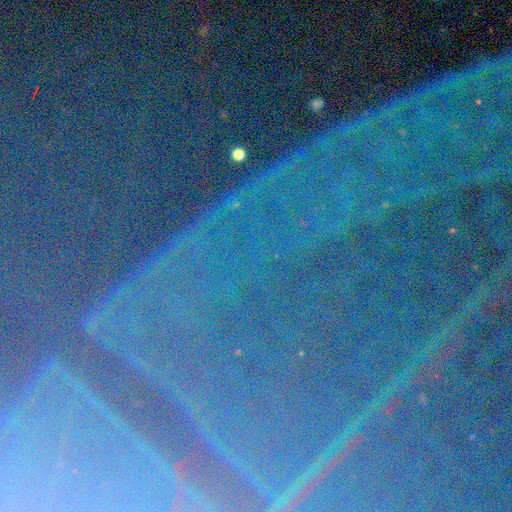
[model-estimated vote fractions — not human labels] Q: Smooth or featured?
A: star or artifact (88%); runner-up: featured or disk (7%)